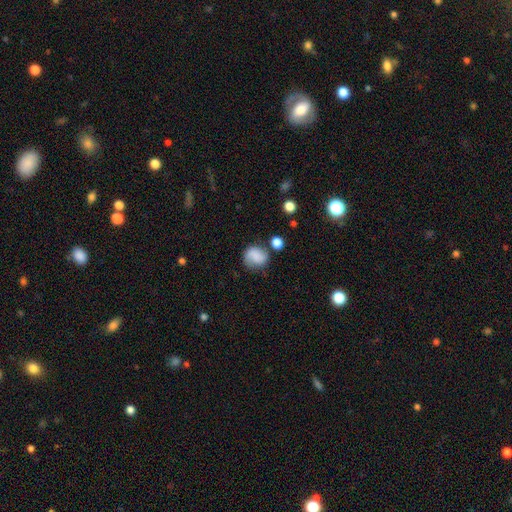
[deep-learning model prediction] smooth-or-featured: smooth: 62% | featured or disk: 28% | star or artifact: 10%
  how-rounded: round: 71% | in between: 28% | cigar-shaped: 1%
  merging: none: 58% | minor disturbance: 24% | major disturbance: 12% | merger: 6%